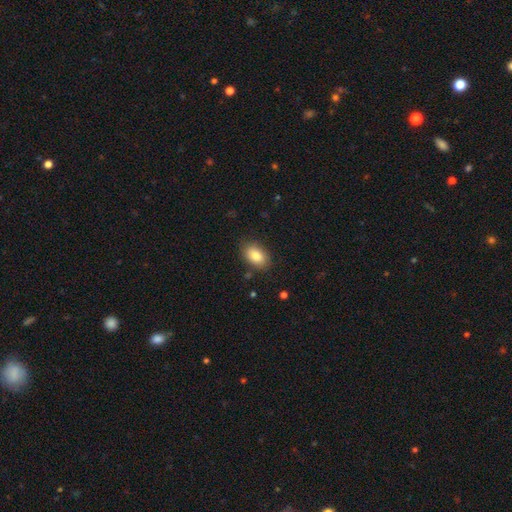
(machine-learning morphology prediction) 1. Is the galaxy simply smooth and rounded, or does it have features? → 85% smooth, 8% featured or disk, 7% star or artifact.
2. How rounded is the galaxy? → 89% in between, 10% round, 1% cigar-shaped.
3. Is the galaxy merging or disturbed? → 84% none, 12% minor disturbance, 3% major disturbance, 1% merger.